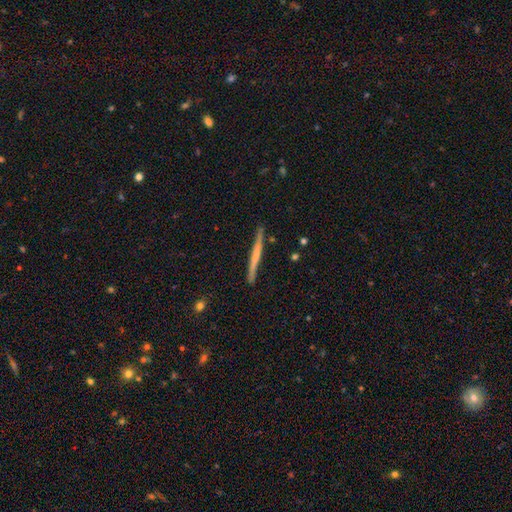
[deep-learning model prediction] Smooth or featured? Predicted: featured or disk (p=0.53). Edge-on disk? Predicted: yes (p=0.97). Edge-on bulge? Predicted: none (p=0.74). Merging? Predicted: none (p=0.88).